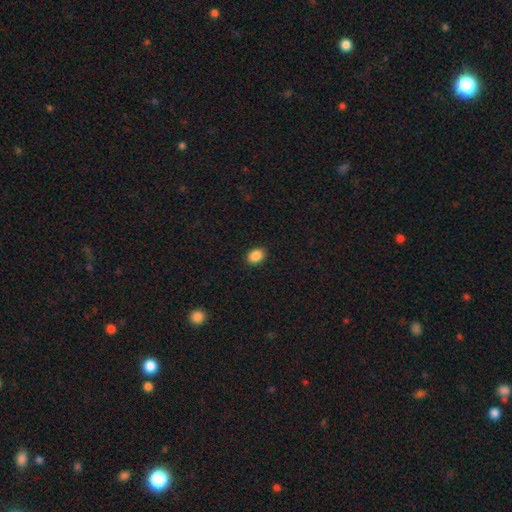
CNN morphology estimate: This is clearly a smooth galaxy (88%). How rounded: likely in between (64%). Merging: clearly none (90%).